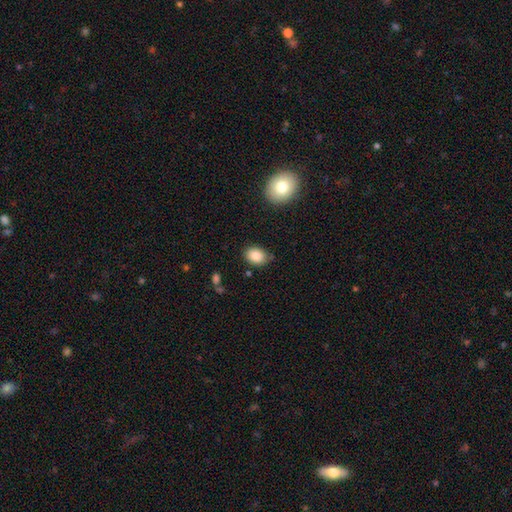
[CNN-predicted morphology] A smooth galaxy with no disk features (85%) that is in between round and cigar-shaped (69%). Merging: none (80%).